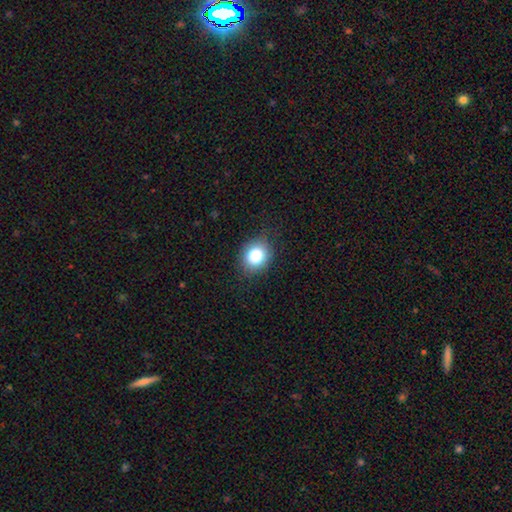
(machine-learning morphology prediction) Q: Smooth or featured?
A: smooth (85%); runner-up: star or artifact (9%)
Q: How rounded?
A: round (61%); runner-up: in between (38%)
Q: Merging?
A: none (81%); runner-up: minor disturbance (14%)